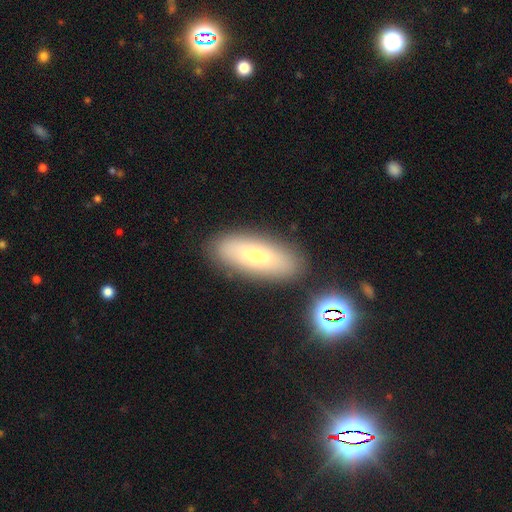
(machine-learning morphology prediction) Q: Smooth or featured?
A: smooth (62%); runner-up: featured or disk (27%)
Q: How rounded?
A: in between (73%); runner-up: cigar-shaped (24%)
Q: Merging?
A: none (83%); runner-up: minor disturbance (10%)